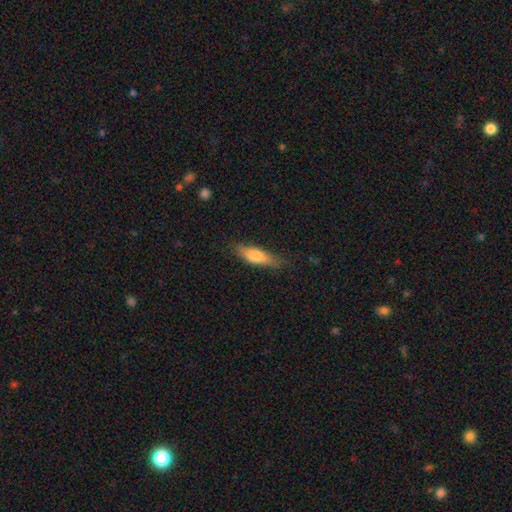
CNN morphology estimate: type=smooth (73%); roundness=cigar-shaped (51%); merging=none (75%).